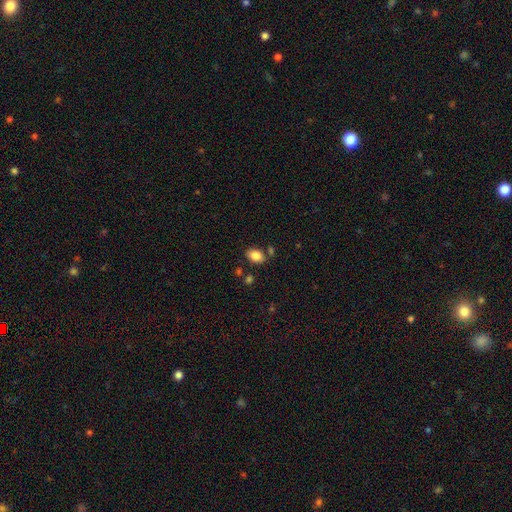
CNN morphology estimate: Overall: smooth (85%). How rounded: in between (83%). Merging: none (76%).